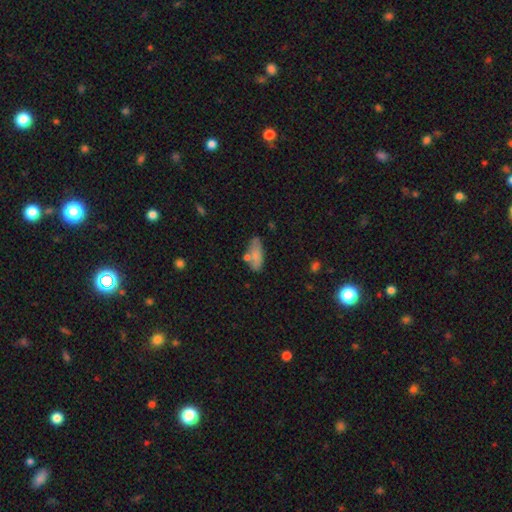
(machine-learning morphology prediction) Smooth or featured? Predicted: smooth (p=0.79). How rounded? Predicted: in between (p=0.76). Merging? Predicted: none (p=0.65).